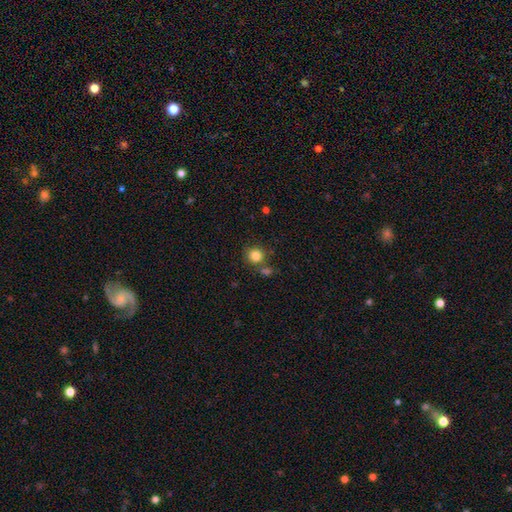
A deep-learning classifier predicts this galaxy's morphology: This is clearly a smooth galaxy (83%). How rounded: clearly round (90%). Merging: likely none (73%).